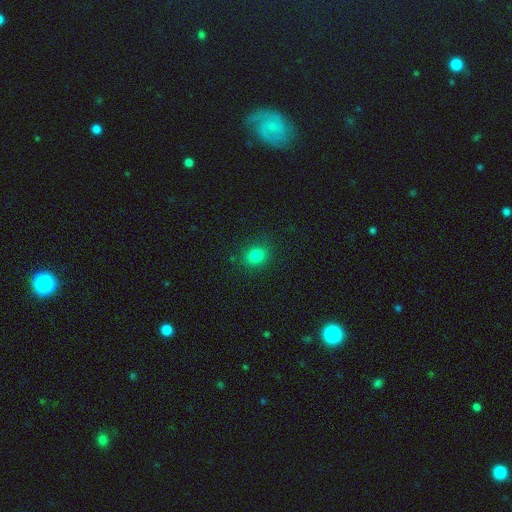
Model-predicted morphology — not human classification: smooth_or_featured: smooth (p=0.82) [alt: star or artifact p=0.13]
how_rounded: round (p=0.64) [alt: in between p=0.35]
merging: none (p=0.85) [alt: minor disturbance p=0.10]